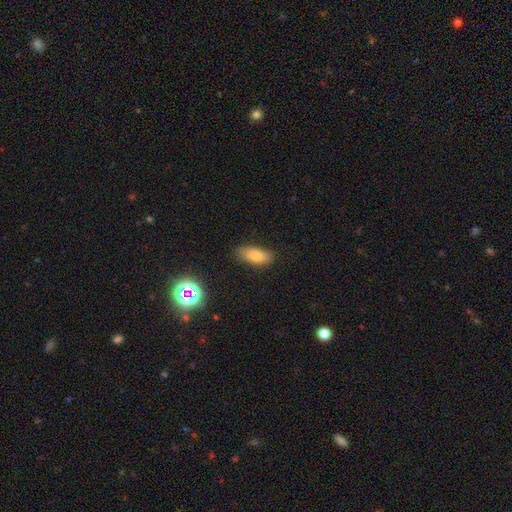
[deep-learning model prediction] Smooth or featured? Predicted: smooth (p=0.82). How rounded? Predicted: in between (p=0.81). Merging? Predicted: none (p=0.79).